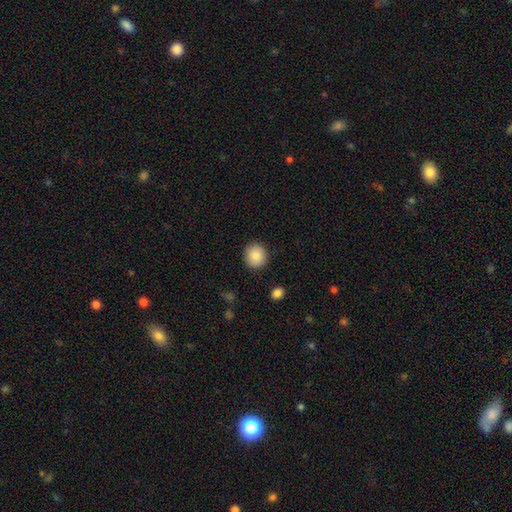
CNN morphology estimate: Smooth or featured: smooth — 88% (star or artifact — 8%)
How rounded: round — 87% (in between — 12%)
Merging: none — 89% (minor disturbance — 7%)